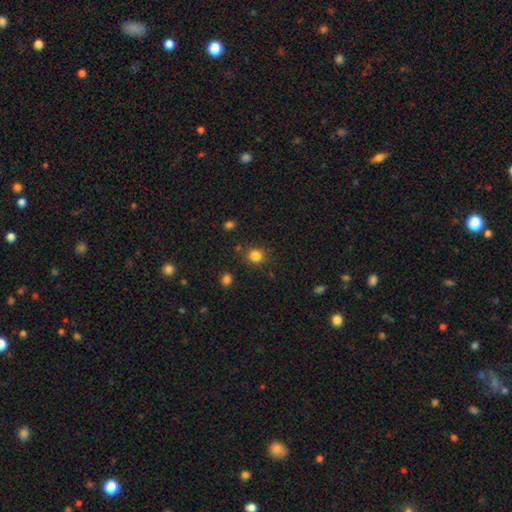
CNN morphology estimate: Smooth or featured? smooth (83%)
How rounded? round (79%)
Merging? none (84%)